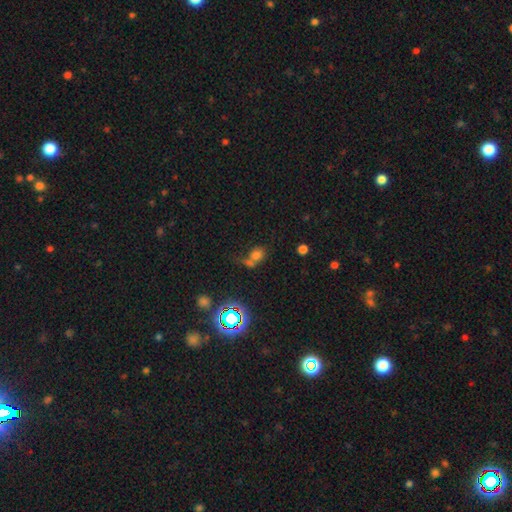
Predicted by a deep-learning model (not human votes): Smooth or featured?
  - smooth: 63% *
  - star or artifact: 26%
  - featured or disk: 11%
How rounded?
  - round: 62% *
  - in between: 36%
  - cigar-shaped: 2%
Merging?
  - merger: 41% *
  - none: 38%
  - minor disturbance: 11%
  - major disturbance: 9%